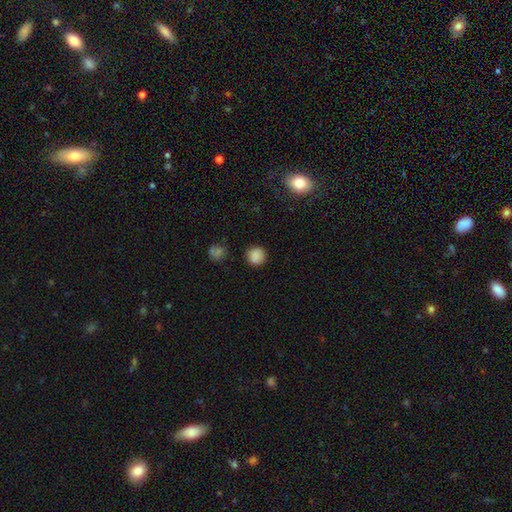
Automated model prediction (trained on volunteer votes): smooth-or-featured: smooth: 85% | star or artifact: 12% | featured or disk: 3%
  how-rounded: round: 93% | in between: 6% | cigar-shaped: 1%
  merging: none: 88% | minor disturbance: 7% | major disturbance: 3% | merger: 2%